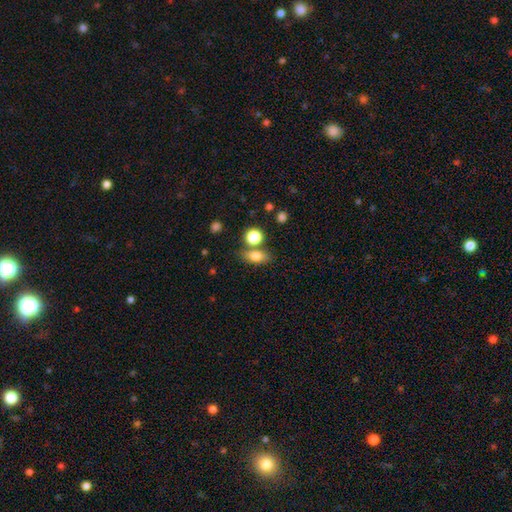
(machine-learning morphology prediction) Smooth or featured? smooth (78%)
How rounded? in between (72%)
Merging? none (67%)